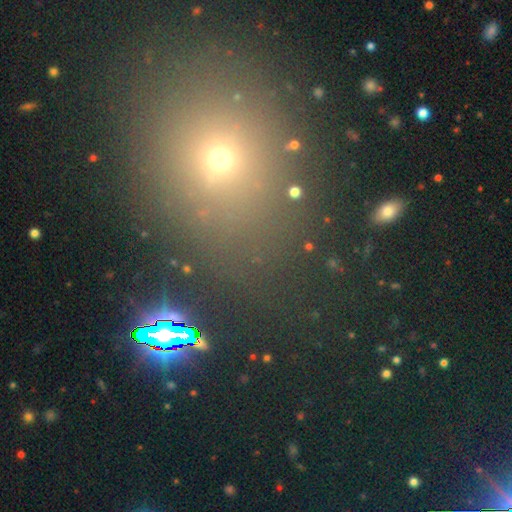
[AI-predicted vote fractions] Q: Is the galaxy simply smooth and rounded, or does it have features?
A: star or artifact — 46%.